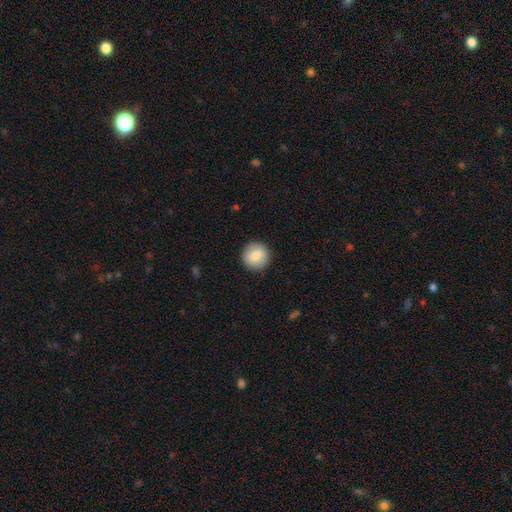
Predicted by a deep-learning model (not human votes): This appears to be a smooth galaxy with no disk features (81%) that is round (94%). Merging: none (92%).